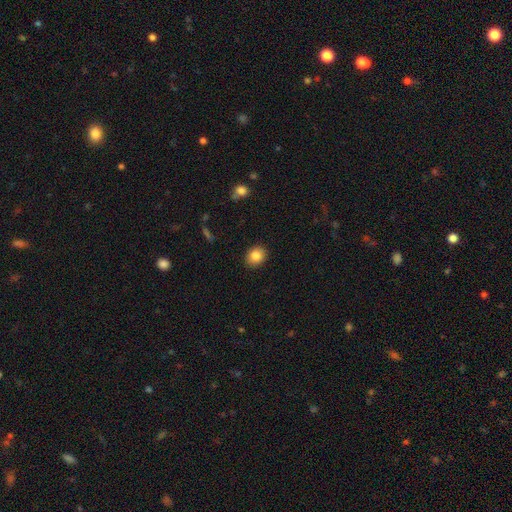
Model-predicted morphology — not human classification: Smooth or featured? smooth (85%)
How rounded? round (53%)
Merging? none (89%)